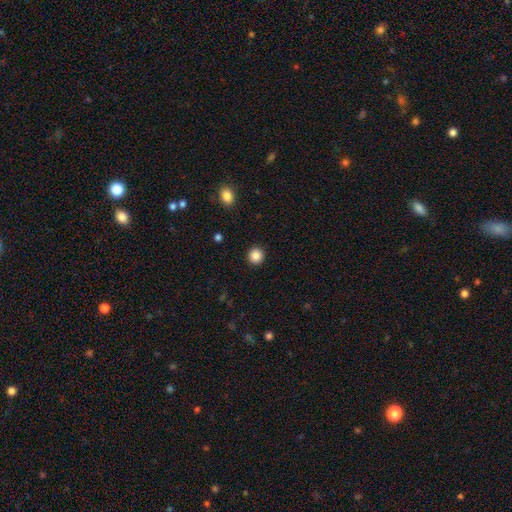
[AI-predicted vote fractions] Morphology: type=smooth (87%); roundness=round (94%); merging=none (93%).